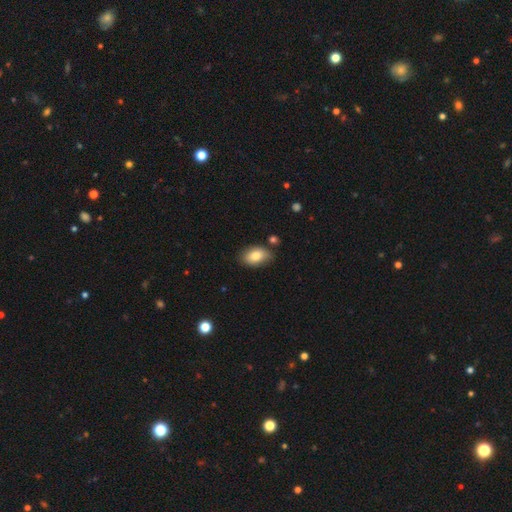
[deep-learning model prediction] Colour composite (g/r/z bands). It shows a smooth galaxy with no disk features (82%) that is in between round and cigar-shaped (90%). Merging: none (78%).